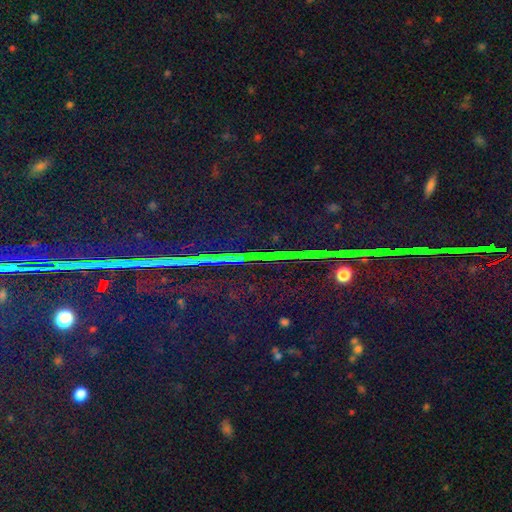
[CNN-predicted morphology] smooth-or-featured: star or artifact: 85% | smooth: 8% | featured or disk: 8%